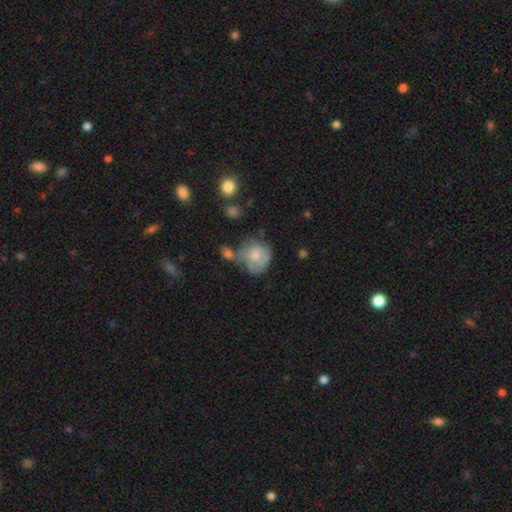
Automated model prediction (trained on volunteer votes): Smooth or featured? smooth (62%)
How rounded? round (75%)
Merging? none (37%)